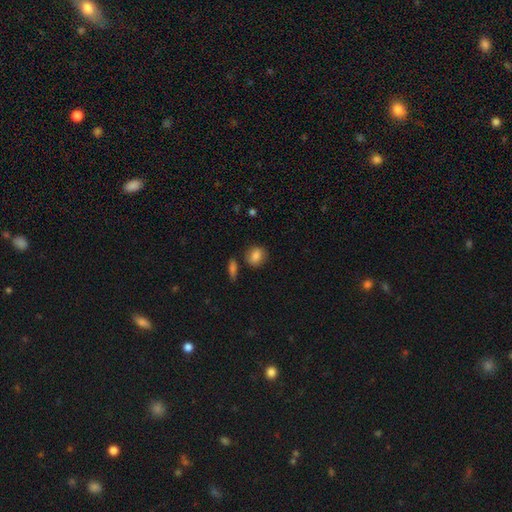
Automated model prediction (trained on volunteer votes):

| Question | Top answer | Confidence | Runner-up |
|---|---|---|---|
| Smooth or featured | smooth | 82% | featured or disk (9%) |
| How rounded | round | 49% | in between (48%) |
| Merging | none | 76% | minor disturbance (14%) |